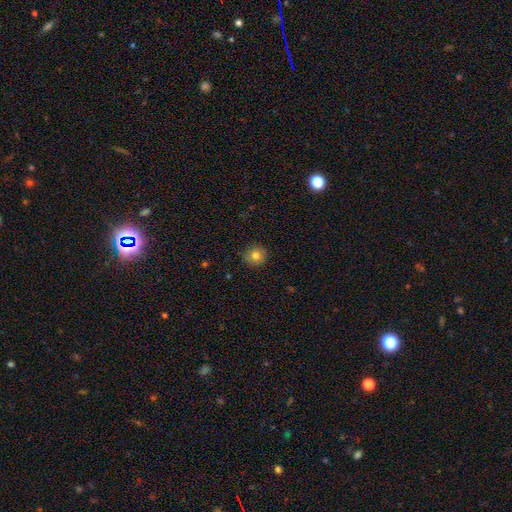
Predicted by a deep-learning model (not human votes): smooth-or-featured: smooth: 79% | star or artifact: 11% | featured or disk: 9%
  how-rounded: round: 92% | in between: 7% | cigar-shaped: 1%
  merging: none: 90% | minor disturbance: 8% | major disturbance: 2% | merger: 1%